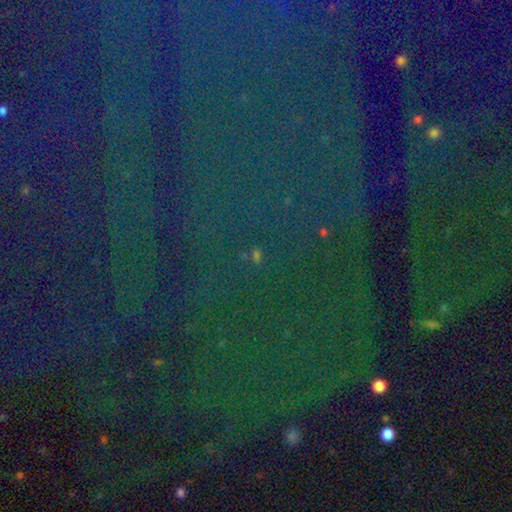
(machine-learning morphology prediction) smooth_or_featured: star or artifact (p=0.86) [alt: smooth p=0.08]